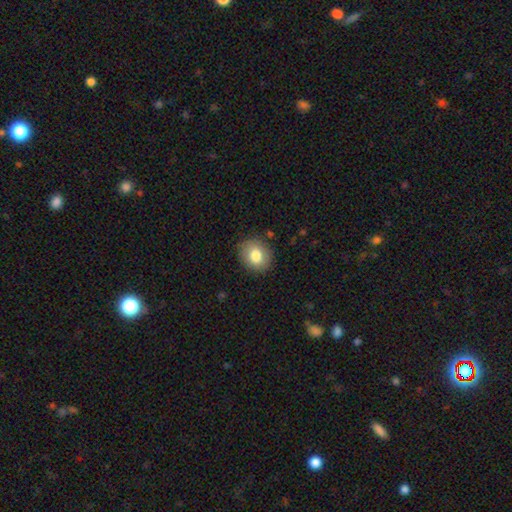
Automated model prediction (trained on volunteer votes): Smooth or featured: smooth — 81% (featured or disk — 11%)
How rounded: round — 69% (in between — 30%)
Merging: none — 86% (minor disturbance — 10%)